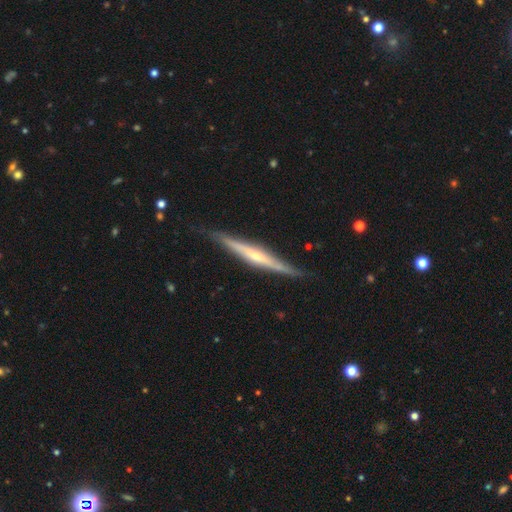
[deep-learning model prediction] This appears to be a featured or disk galaxy (74%) viewed edge-on (96%) with a rounded central bulge (65%). Merging: none (85%).